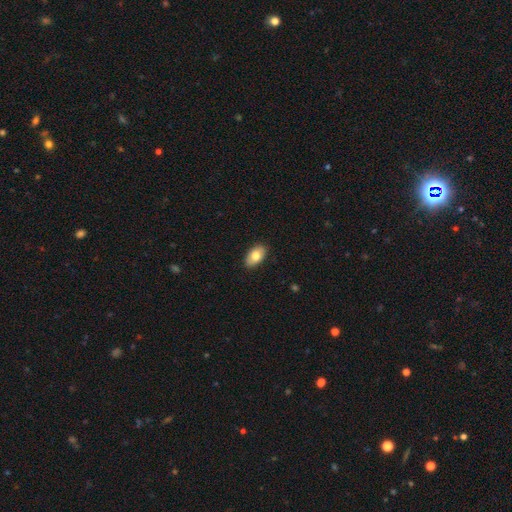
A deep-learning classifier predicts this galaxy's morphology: smooth 78%, featured or disk 15%, star or artifact 7%. Down the decision tree: how rounded — in between (93%); merging — none (88%).